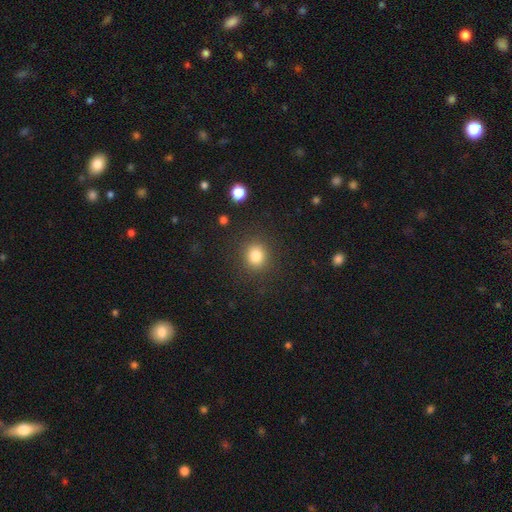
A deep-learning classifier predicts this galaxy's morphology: This appears to be a smooth galaxy with no disk features (82%) that is round (83%). Merging: none (88%).